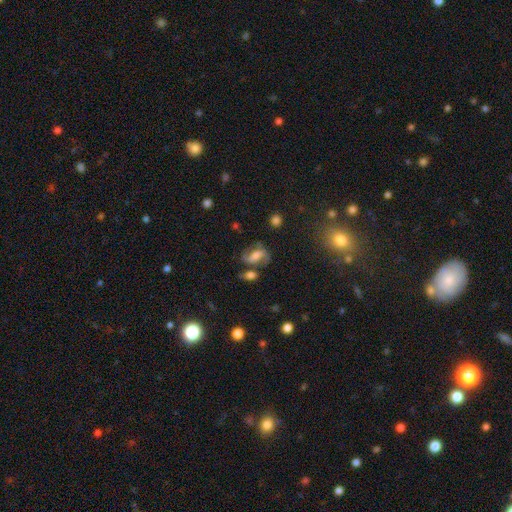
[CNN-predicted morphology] This is likely a featured or disk galaxy (62%). It is clearly not viewed edge-on (95%). Bar: marginally weak (41%). Spiral arm pattern: clearly yes (85%). Central bulge: marginally moderate (38%). Merging: possibly none (52%).